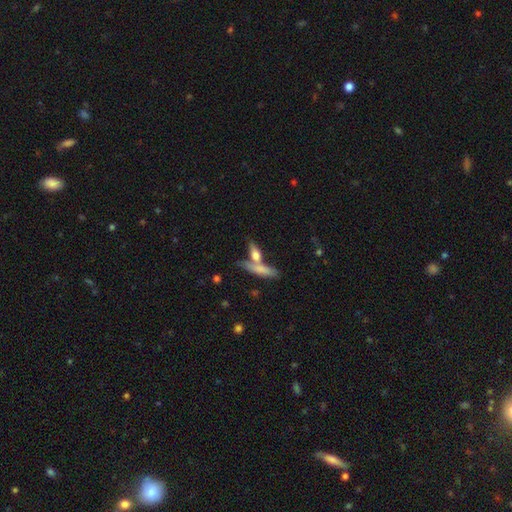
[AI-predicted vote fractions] A smooth galaxy with no disk features (62%) that is cigar-shaped (55%).

Vote fractions:
- Smooth or featured? smooth: 62% / featured or disk: 30% / star or artifact: 8%
- How rounded? cigar-shaped: 55% / in between: 38% / round: 7%
- Merging? none: 50% / merger: 34% / minor disturbance: 11% / major disturbance: 5%